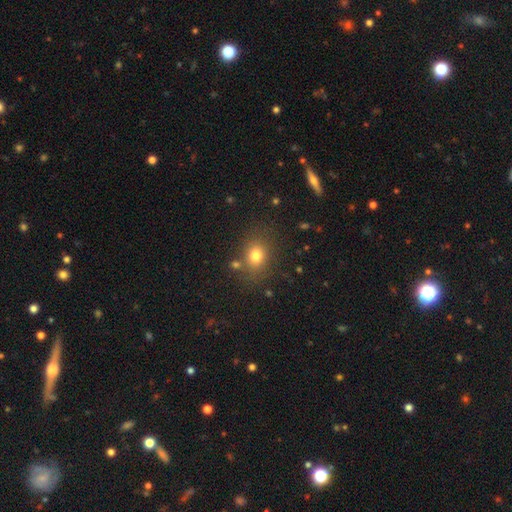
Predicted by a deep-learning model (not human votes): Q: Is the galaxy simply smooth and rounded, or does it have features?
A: smooth — 77%.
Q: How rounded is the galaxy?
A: round — 51%.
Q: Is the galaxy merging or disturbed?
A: none — 75%.